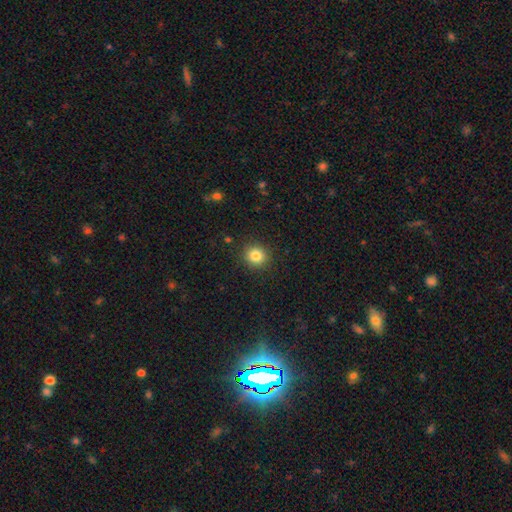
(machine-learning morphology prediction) A smooth galaxy with no disk features (83%) that is round (88%). Merging: none (91%).